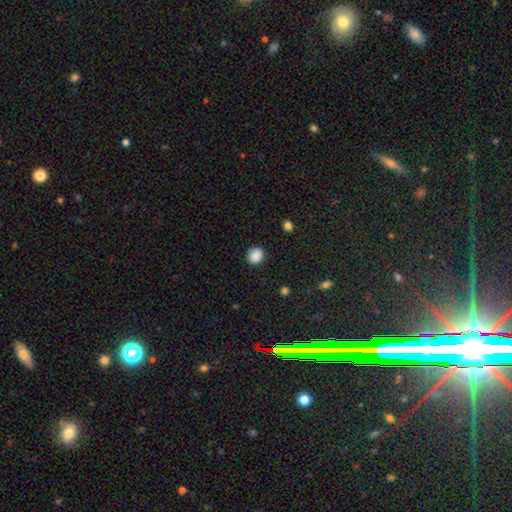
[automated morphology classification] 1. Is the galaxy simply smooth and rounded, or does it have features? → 88% smooth, 9% star or artifact, 3% featured or disk.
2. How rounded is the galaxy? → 77% round, 22% in between, 1% cigar-shaped.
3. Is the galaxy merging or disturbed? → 87% none, 9% minor disturbance, 3% major disturbance, 1% merger.